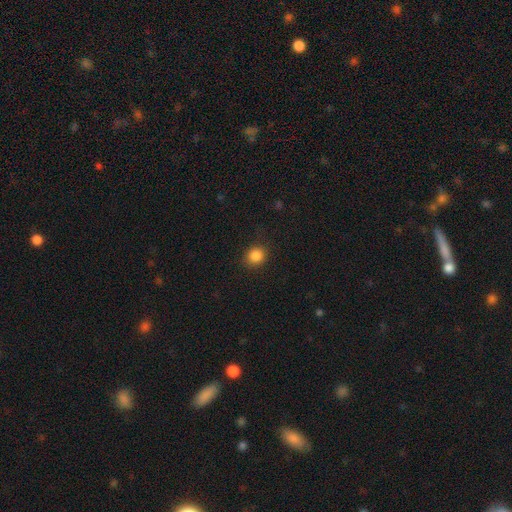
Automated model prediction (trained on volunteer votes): Q: Smooth or featured?
A: smooth (86%); runner-up: star or artifact (11%)
Q: How rounded?
A: round (80%); runner-up: in between (19%)
Q: Merging?
A: none (85%); runner-up: minor disturbance (10%)